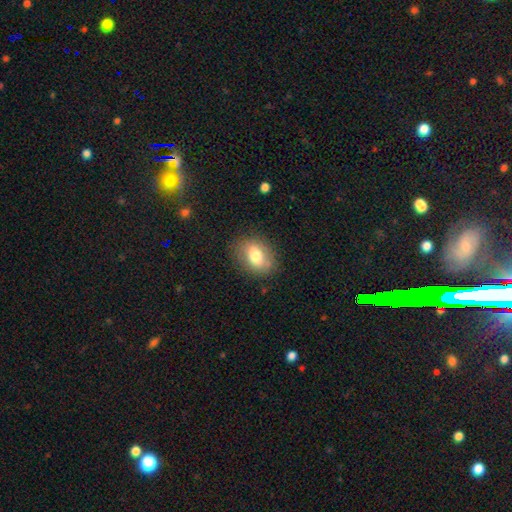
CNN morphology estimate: smooth-or-featured: smooth: 72% | featured or disk: 19% | star or artifact: 8%
  how-rounded: in between: 73% | round: 25% | cigar-shaped: 2%
  merging: none: 81% | minor disturbance: 14% | major disturbance: 4% | merger: 1%